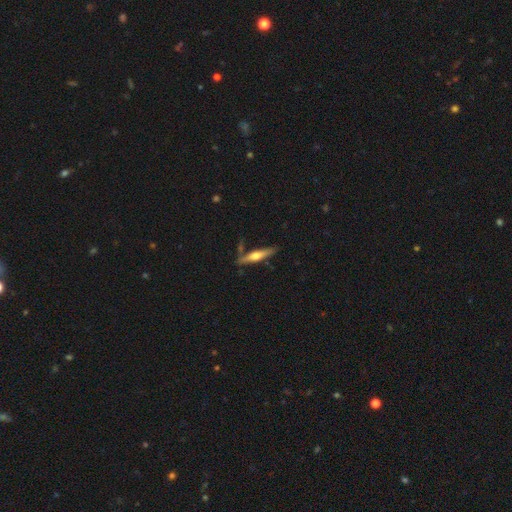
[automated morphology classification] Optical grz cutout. It shows a featured or disk galaxy (57%) viewed edge-on (95%) with a rounded central bulge (89%). Merging: none (77%).